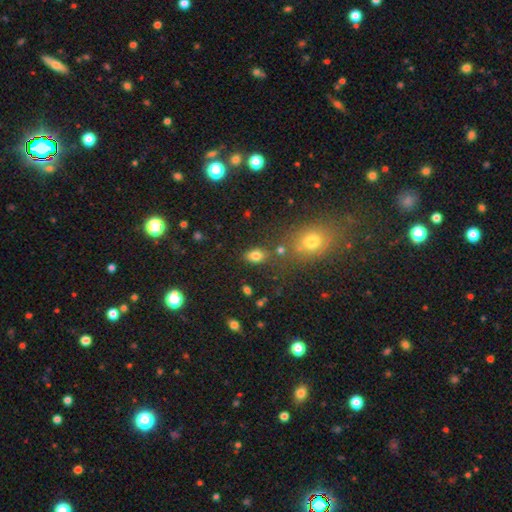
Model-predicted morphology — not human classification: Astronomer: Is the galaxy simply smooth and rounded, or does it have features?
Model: smooth — 80%.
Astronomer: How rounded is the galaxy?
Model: in between — 79%.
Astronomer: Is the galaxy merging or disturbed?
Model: none — 74%.